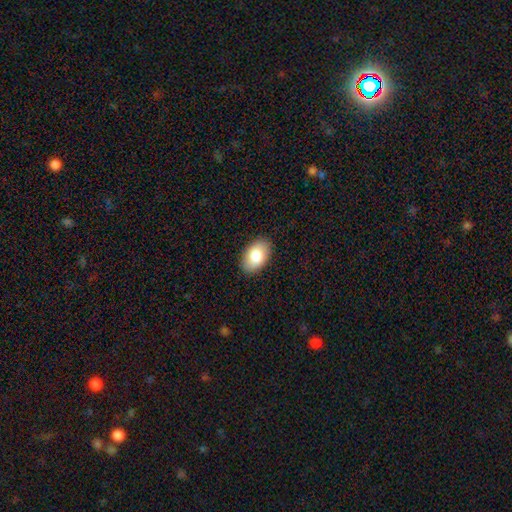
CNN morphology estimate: The model was most divided on "smooth or featured": smooth: 84%, featured or disk: 10%, star or artifact: 6%. More confident: how rounded — in between (93%); merging — none (88%).